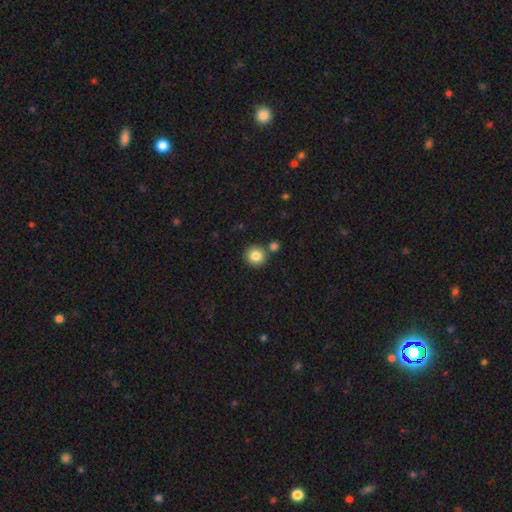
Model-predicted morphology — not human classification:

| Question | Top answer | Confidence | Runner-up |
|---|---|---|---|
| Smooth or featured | smooth | 83% | star or artifact (10%) |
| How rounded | round | 93% | in between (6%) |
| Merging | none | 78% | merger (13%) |